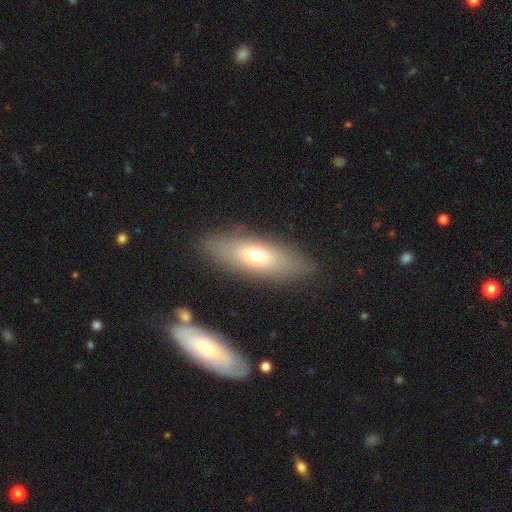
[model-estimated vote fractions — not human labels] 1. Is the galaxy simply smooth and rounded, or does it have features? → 64% smooth, 28% featured or disk, 9% star or artifact.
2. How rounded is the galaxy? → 66% in between, 30% cigar-shaped, 4% round.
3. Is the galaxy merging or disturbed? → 84% none, 10% minor disturbance, 4% major disturbance, 2% merger.